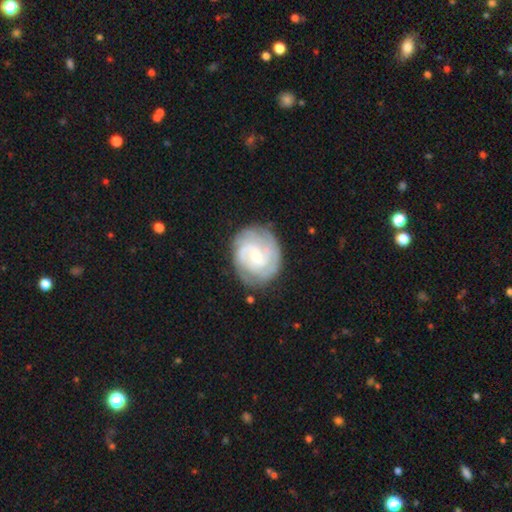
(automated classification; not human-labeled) A featured or disk galaxy (84%) with a weak bar (47%), 2 (47%) tight (64%) spiral arms (96%) and a small central bulge (56%).

Vote fractions:
- Smooth or featured? featured or disk: 84% / smooth: 11% / star or artifact: 5%
- Edge-on disk? no: 98% / yes: 2%
- Bar? weak: 47% / no: 45% / strong: 9%
- Spiral arms? yes: 96% / no: 4%
- Spiral winding? tight: 64% / medium: 30% / loose: 6%
- Spiral arm count? 2: 47% / can't tell: 20% / 3: 19% / 4: 5% / 1: 4% / more than 4: 4%
- Bulge size? small: 56% / moderate: 38% / large: 3% / none: 2% / dominant: 1%
- Merging? none: 78% / minor disturbance: 16% / major disturbance: 5% / merger: 1%